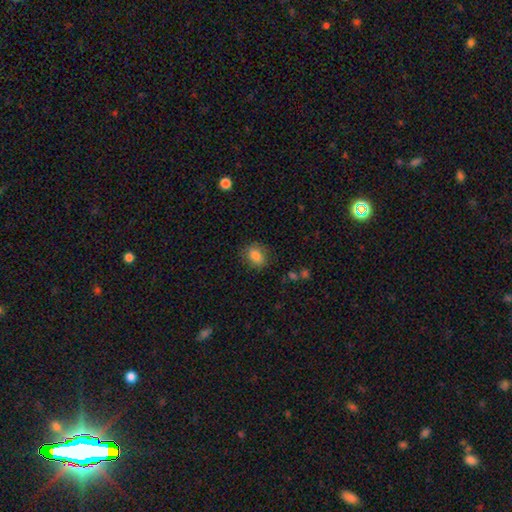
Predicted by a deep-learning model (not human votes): This is clearly a smooth galaxy (85%). How rounded: likely in between (60%). Merging: clearly none (82%).